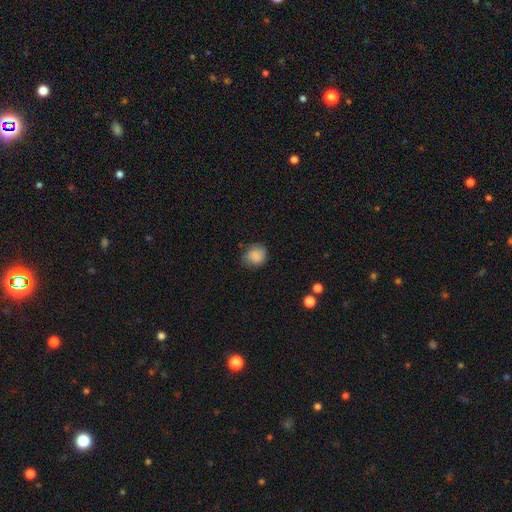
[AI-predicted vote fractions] Overall: smooth (84%). How rounded: round (73%). Merging: none (71%).